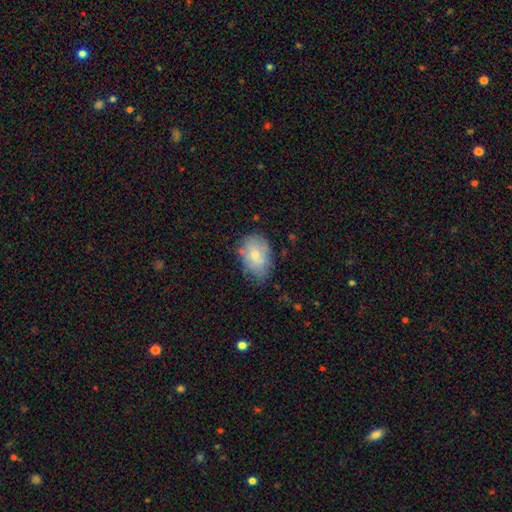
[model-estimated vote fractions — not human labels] Q: Smooth or featured?
A: smooth (68%); runner-up: featured or disk (24%)
Q: How rounded?
A: in between (82%); runner-up: round (17%)
Q: Merging?
A: none (60%); runner-up: minor disturbance (29%)